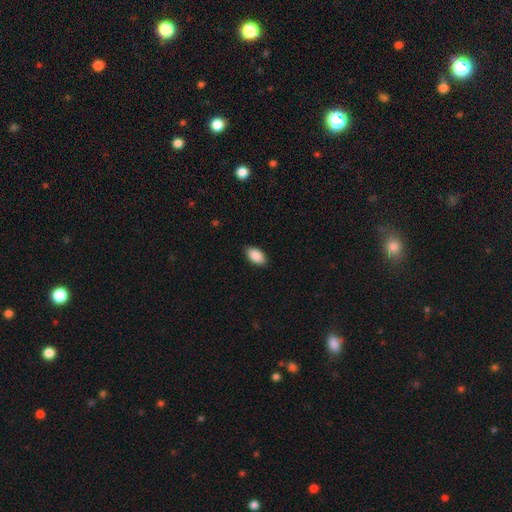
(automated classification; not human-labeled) This appears to be a smooth galaxy with no disk features (90%) that is in between round and cigar-shaped (95%). Merging: none (88%).